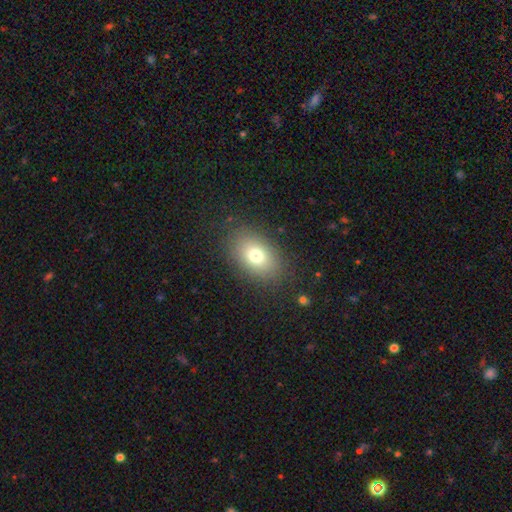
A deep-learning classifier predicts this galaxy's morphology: Q: Smooth or featured?
A: smooth (75%); runner-up: featured or disk (13%)
Q: How rounded?
A: in between (80%); runner-up: round (18%)
Q: Merging?
A: none (84%); runner-up: minor disturbance (10%)